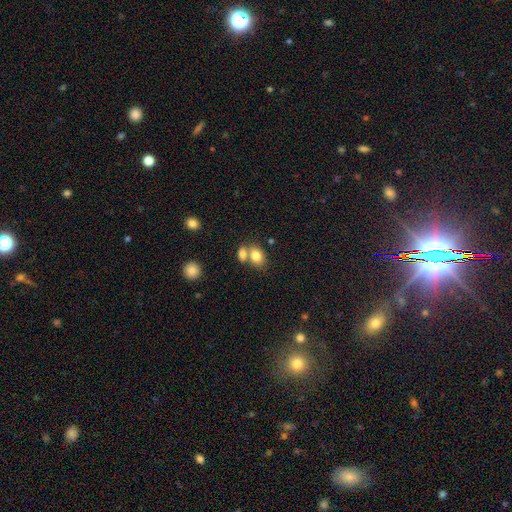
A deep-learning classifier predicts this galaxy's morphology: Q: Smooth or featured?
A: smooth (81%); runner-up: featured or disk (10%)
Q: How rounded?
A: in between (73%); runner-up: round (26%)
Q: Merging?
A: merger (46%); runner-up: none (42%)